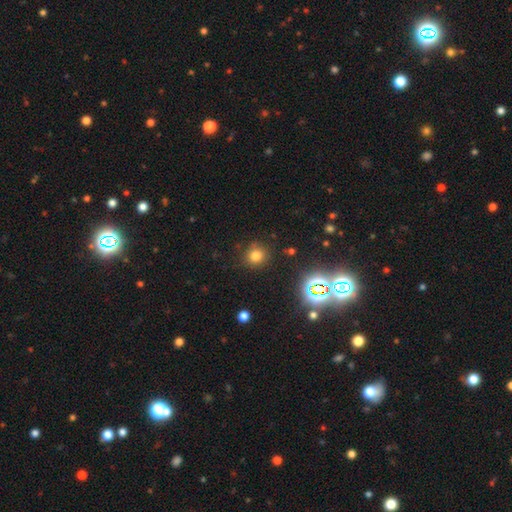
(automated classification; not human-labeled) Smooth or featured?
  - smooth: 74% *
  - star or artifact: 20%
  - featured or disk: 7%
How rounded?
  - round: 88% *
  - in between: 11%
  - cigar-shaped: 1%
Merging?
  - none: 84% *
  - minor disturbance: 10%
  - major disturbance: 3%
  - merger: 2%